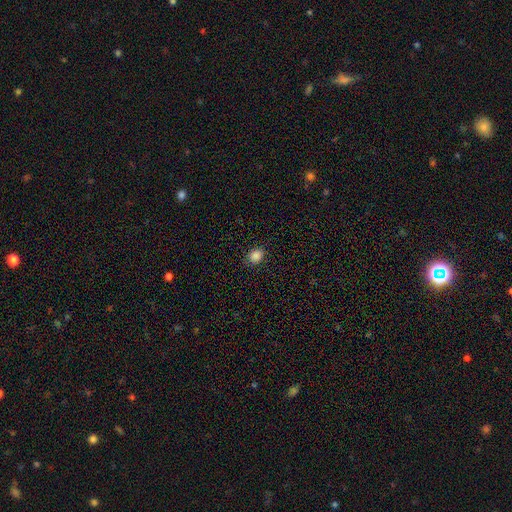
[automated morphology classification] smooth 86%, star or artifact 11%, featured or disk 3%. Down the decision tree: how rounded — round (55%); merging — none (86%).